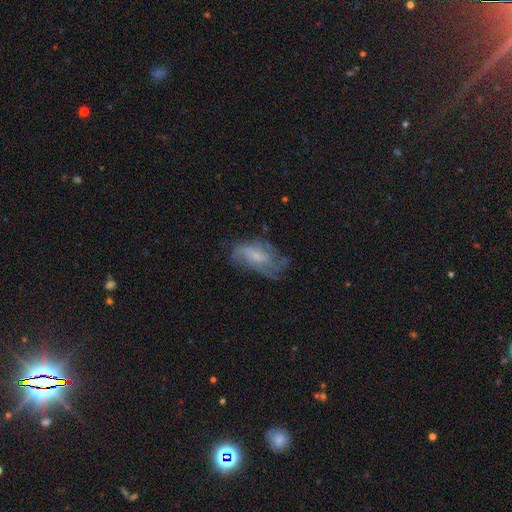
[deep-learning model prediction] smooth-or-featured: featured or disk: 63% | smooth: 28% | star or artifact: 9%
  disk-edge-on: no: 93% | yes: 7%
    bar: no: 49% | weak: 42% | strong: 9%
    has-spiral-arms: yes: 79% | no: 21%
    bulge-size: small: 44% | moderate: 27% | none: 25% | large: 3% | dominant: 1%
  merging: none: 51% | minor disturbance: 26% | major disturbance: 21% | merger: 2%